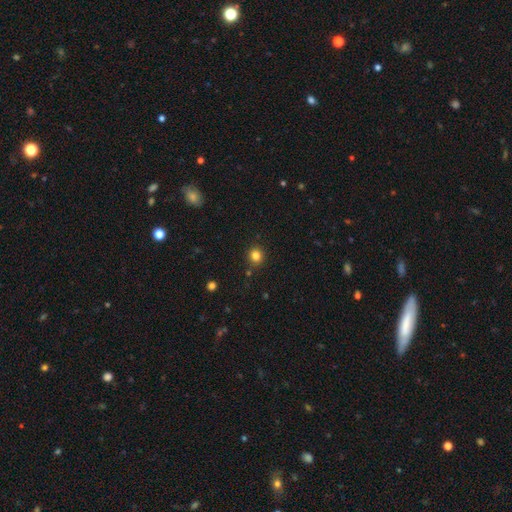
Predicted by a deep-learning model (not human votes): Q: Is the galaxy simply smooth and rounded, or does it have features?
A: smooth — 82%.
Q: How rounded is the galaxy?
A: round — 89%.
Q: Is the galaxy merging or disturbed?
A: none — 88%.